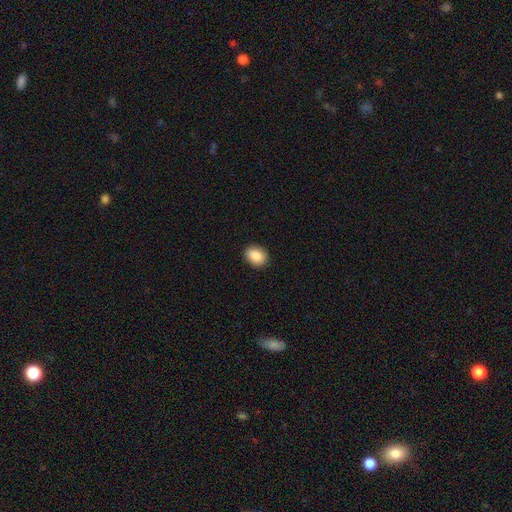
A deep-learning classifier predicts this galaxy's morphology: smooth-or-featured: smooth: 88% | star or artifact: 8% | featured or disk: 4%
  how-rounded: in between: 64% | round: 35% | cigar-shaped: 1%
  merging: none: 90% | minor disturbance: 7% | major disturbance: 2% | merger: 1%